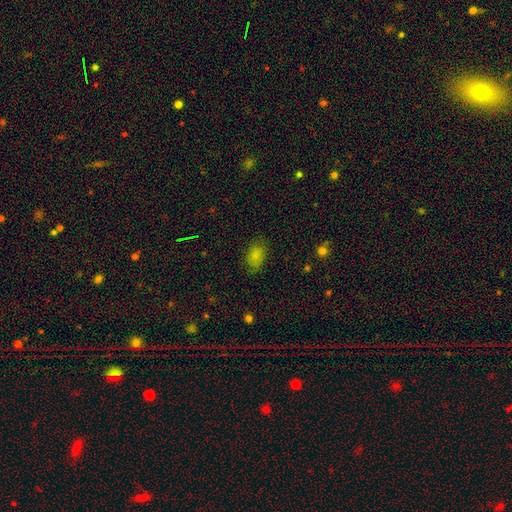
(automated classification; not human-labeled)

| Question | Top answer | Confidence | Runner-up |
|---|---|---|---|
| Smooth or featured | smooth | 82% | star or artifact (12%) |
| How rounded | in between | 87% | round (11%) |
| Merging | none | 77% | minor disturbance (18%) |